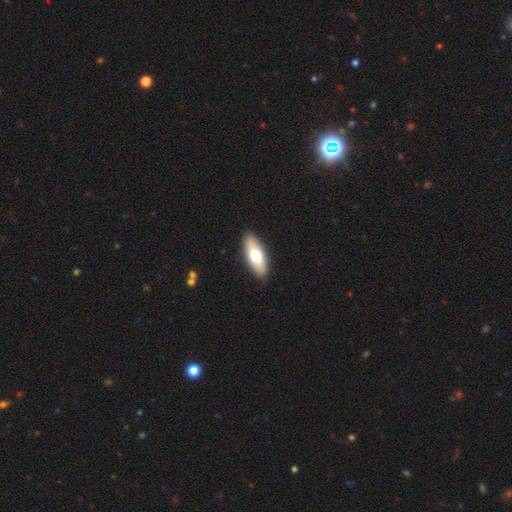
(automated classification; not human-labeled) The model was most divided on "smooth or featured": smooth: 68%, featured or disk: 27%, star or artifact: 6%. More confident: merging — none (90%); how rounded — in between (73%).